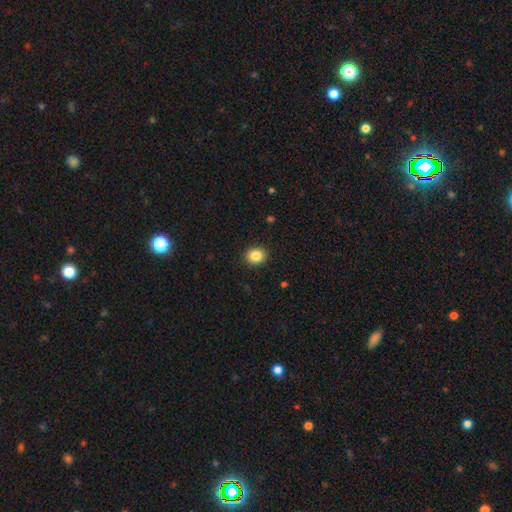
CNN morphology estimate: Smooth or featured? Predicted: smooth (p=0.86). How rounded? Predicted: round (p=0.75). Merging? Predicted: none (p=0.91).